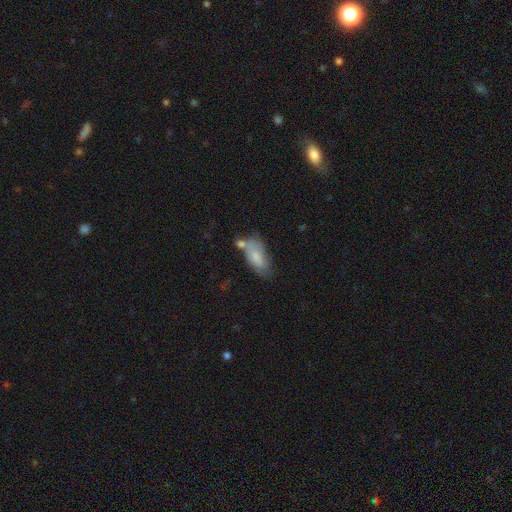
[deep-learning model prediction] Smooth or featured? Predicted: smooth (p=0.78). How rounded? Predicted: in between (p=0.87). Merging? Predicted: none (p=0.46).